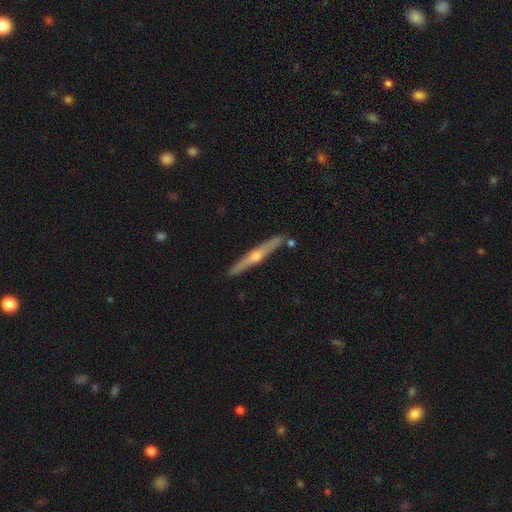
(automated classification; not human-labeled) Smooth or featured: featured or disk — 67% (smooth — 27%)
Edge-on disk: yes — 96% (no — 4%)
Edge-on bulge: rounded — 87% (none — 10%)
Merging: none — 86% (minor disturbance — 8%)